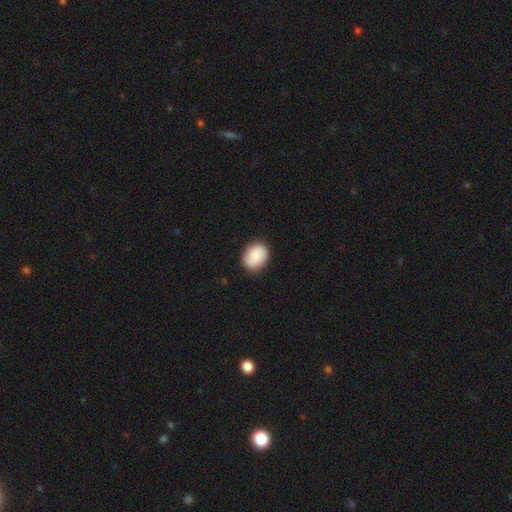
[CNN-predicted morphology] A smooth galaxy with no disk features (82%) that is in between round and cigar-shaped (53%). Merging: none (84%).